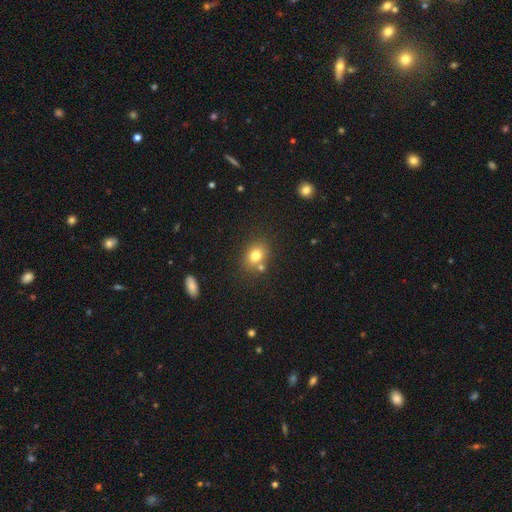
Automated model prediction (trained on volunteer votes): Smooth or featured?
  - smooth: 77% *
  - star or artifact: 12%
  - featured or disk: 10%
How rounded?
  - round: 50% *
  - in between: 49%
  - cigar-shaped: 1%
Merging?
  - none: 69% *
  - merger: 15%
  - minor disturbance: 12%
  - major disturbance: 4%